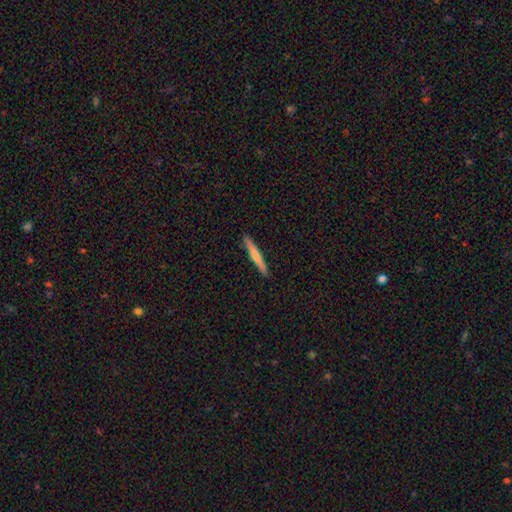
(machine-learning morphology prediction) smooth 52%, featured or disk 42%, star or artifact 5%. Down the decision tree: how rounded — cigar-shaped (96%); merging — none (92%).